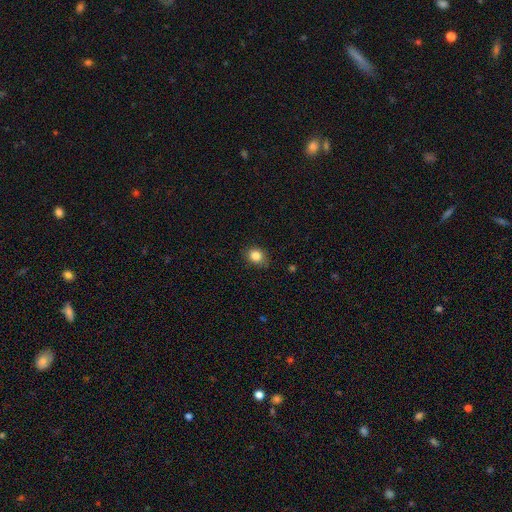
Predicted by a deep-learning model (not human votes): smooth 84%, star or artifact 10%, featured or disk 5%. Down the decision tree: how rounded — round (59%); merging — none (82%).